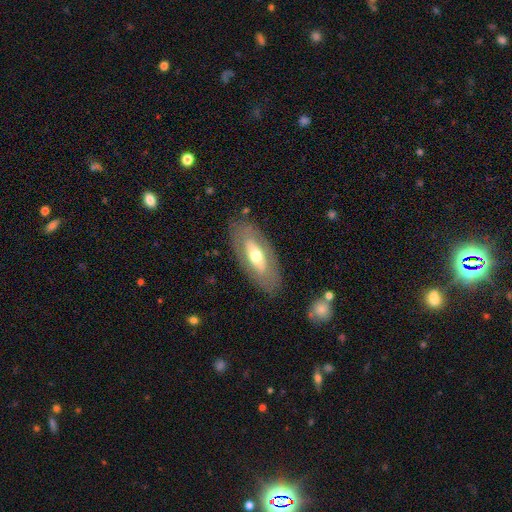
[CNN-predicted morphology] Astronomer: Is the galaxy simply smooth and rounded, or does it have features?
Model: featured or disk — 51% (runner-up: smooth, 43%).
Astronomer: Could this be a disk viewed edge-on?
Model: no — 78%.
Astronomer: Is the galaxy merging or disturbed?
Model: none — 82%.